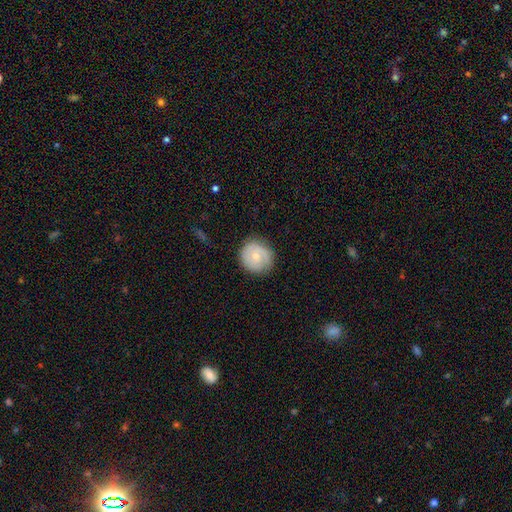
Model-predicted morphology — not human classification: A smooth galaxy with no disk features (48%). Merging: none (80%).